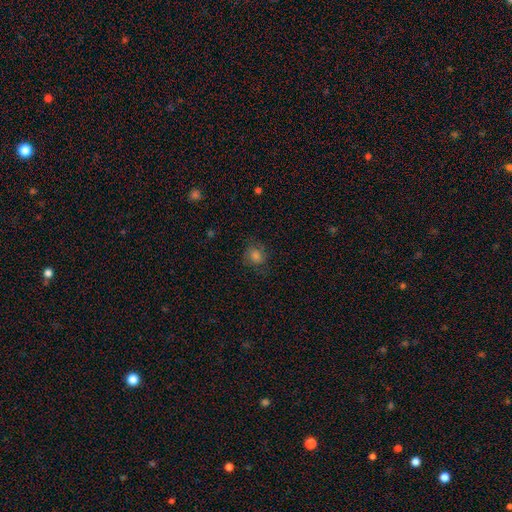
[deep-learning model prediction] smooth-or-featured: smooth: 62% | star or artifact: 19% | featured or disk: 19%
  how-rounded: round: 71% | in between: 28% | cigar-shaped: 1%
  merging: none: 73% | minor disturbance: 17% | major disturbance: 9% | merger: 1%